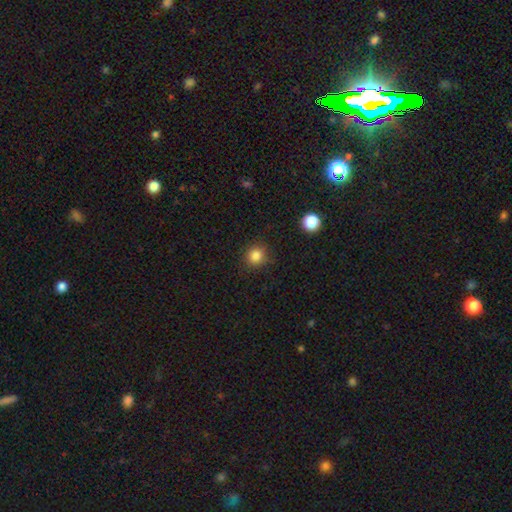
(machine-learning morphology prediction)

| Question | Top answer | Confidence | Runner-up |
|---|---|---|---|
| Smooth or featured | smooth | 83% | star or artifact (12%) |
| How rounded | round | 90% | in between (9%) |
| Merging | none | 88% | minor disturbance (8%) |